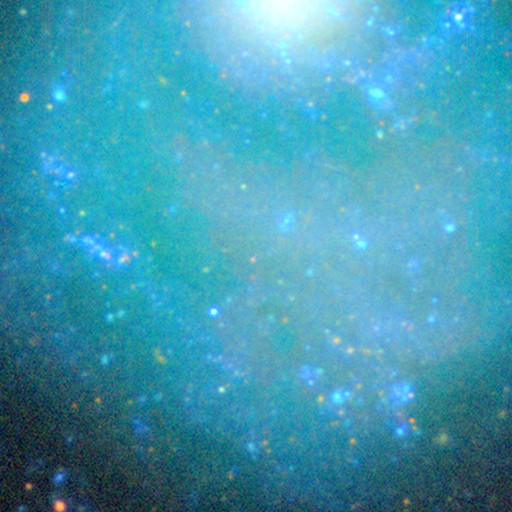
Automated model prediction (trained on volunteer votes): Morphology: type=star or artifact (62%).